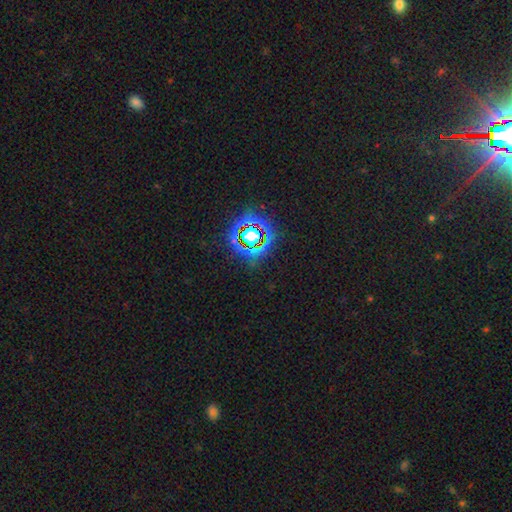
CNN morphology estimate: type=star or artifact (76%).